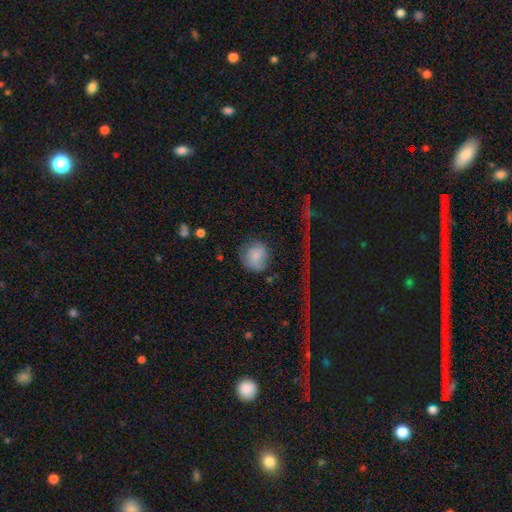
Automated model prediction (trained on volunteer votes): Smooth or featured? Predicted: smooth (p=0.74). How rounded? Predicted: round (p=0.83). Merging? Predicted: none (p=0.61).